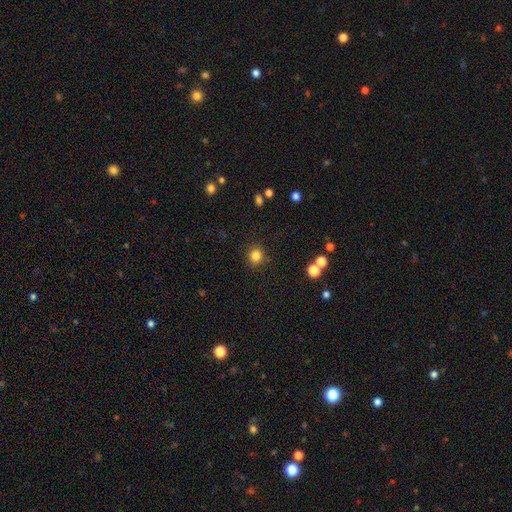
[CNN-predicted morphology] Smooth or featured?
  - smooth: 83% *
  - star or artifact: 12%
  - featured or disk: 5%
How rounded?
  - round: 87% *
  - in between: 12%
  - cigar-shaped: 1%
Merging?
  - none: 88% *
  - minor disturbance: 7%
  - major disturbance: 2%
  - merger: 2%